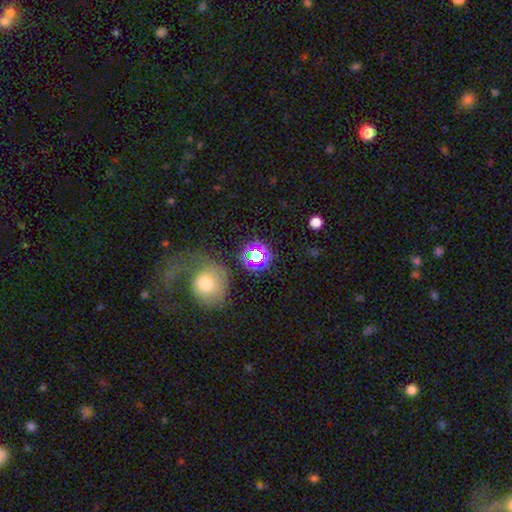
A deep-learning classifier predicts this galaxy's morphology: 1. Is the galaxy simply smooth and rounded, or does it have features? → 50% star or artifact, 40% smooth, 10% featured or disk.